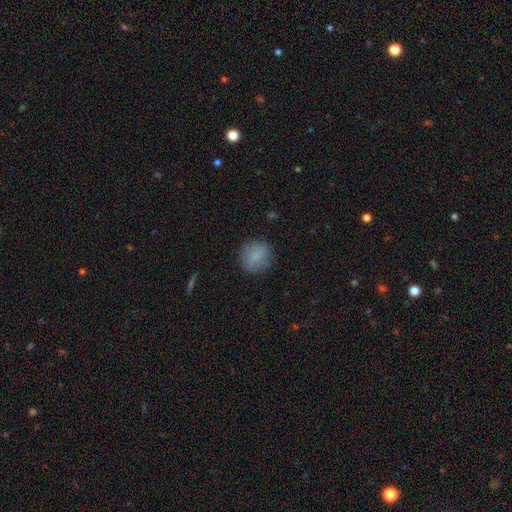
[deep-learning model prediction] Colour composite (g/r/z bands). It shows a smooth galaxy with no disk features (82%) that is round (85%). Merging: none (85%).